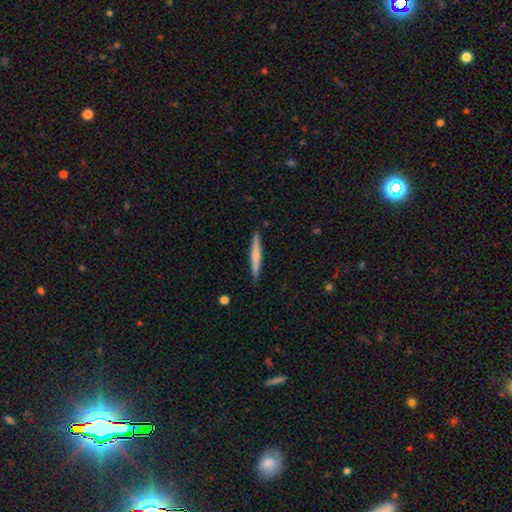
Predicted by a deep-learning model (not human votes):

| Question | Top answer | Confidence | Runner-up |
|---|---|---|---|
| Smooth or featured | smooth | 56% | featured or disk (38%) |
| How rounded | cigar-shaped | 96% | in between (3%) |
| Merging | none | 90% | minor disturbance (8%) |